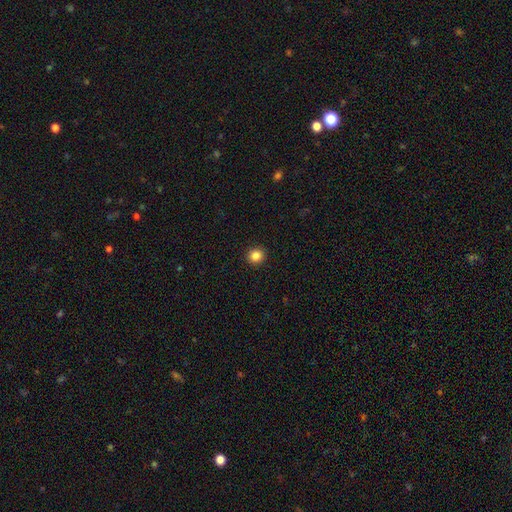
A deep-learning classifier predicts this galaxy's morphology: A smooth galaxy with no disk features (85%) that is round (90%).

Vote fractions:
- Smooth or featured? smooth: 85% / star or artifact: 11% / featured or disk: 4%
- How rounded? round: 90% / in between: 9% / cigar-shaped: 1%
- Merging? none: 93% / minor disturbance: 5% / major disturbance: 2% / merger: 1%